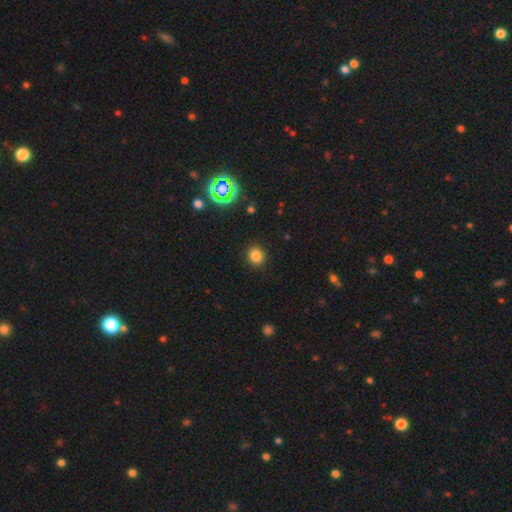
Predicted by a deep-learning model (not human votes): smooth 81%, star or artifact 14%, featured or disk 5%. Down the decision tree: how rounded — round (87%); merging — none (91%).